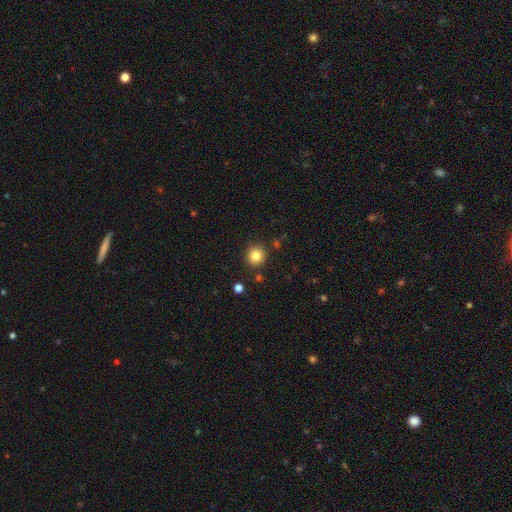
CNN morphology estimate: type=smooth (84%); roundness=round (91%); merging=none (88%).